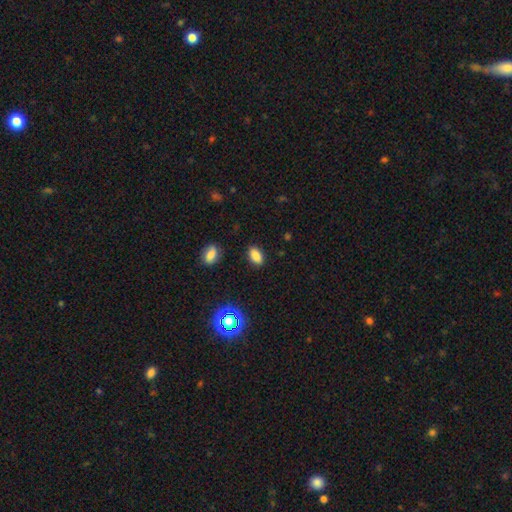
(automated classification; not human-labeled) smooth_or_featured: smooth (p=0.83) [alt: star or artifact p=0.13]
how_rounded: in between (p=0.88) [alt: round p=0.08]
merging: none (p=0.86) [alt: minor disturbance p=0.10]